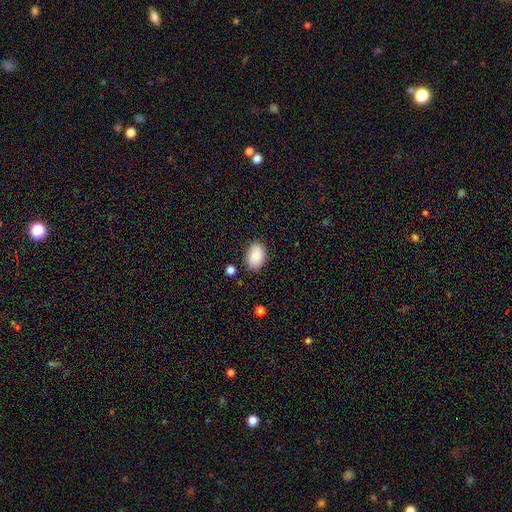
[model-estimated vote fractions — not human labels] smooth 88%, star or artifact 7%, featured or disk 5%. Down the decision tree: how rounded — in between (86%); merging — none (79%).